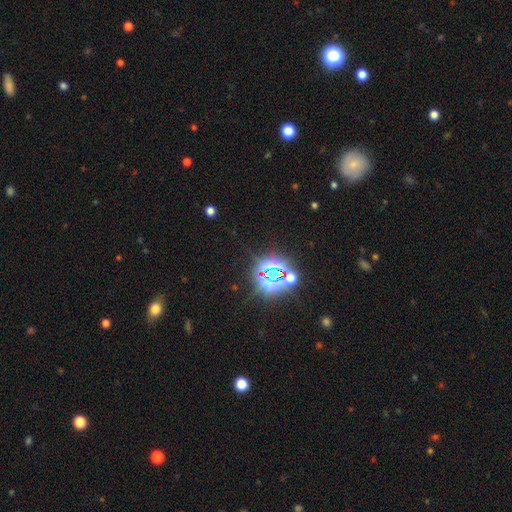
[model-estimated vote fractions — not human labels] Smooth or featured?
  - star or artifact: 79% *
  - smooth: 15%
  - featured or disk: 6%